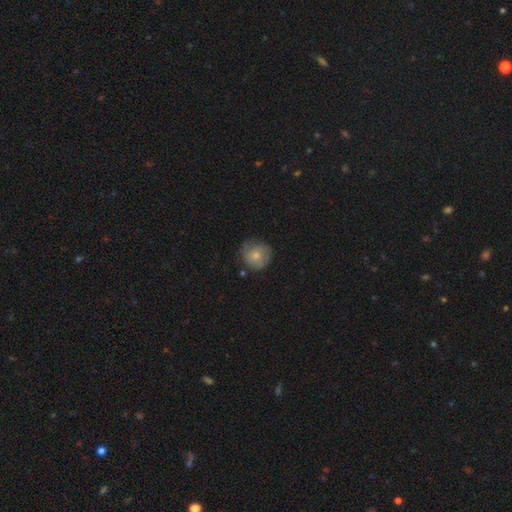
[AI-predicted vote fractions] This is likely a smooth galaxy (63%). How rounded: clearly round (89%). Merging: likely none (67%).